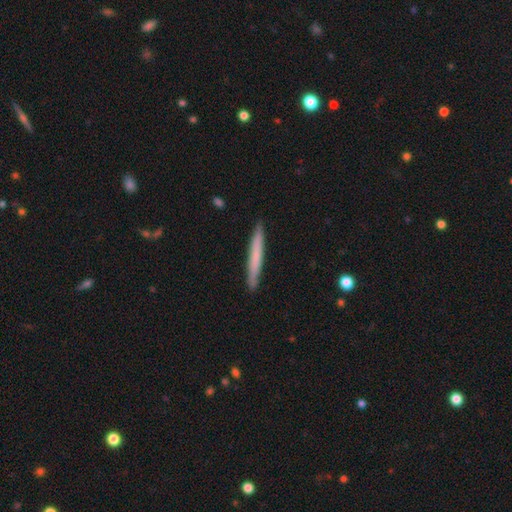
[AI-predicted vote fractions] smooth_or_featured: smooth (p=0.65) [alt: featured or disk p=0.29]
how_rounded: cigar-shaped (p=0.97) [alt: in between p=0.02]
merging: none (p=0.91) [alt: minor disturbance p=0.07]